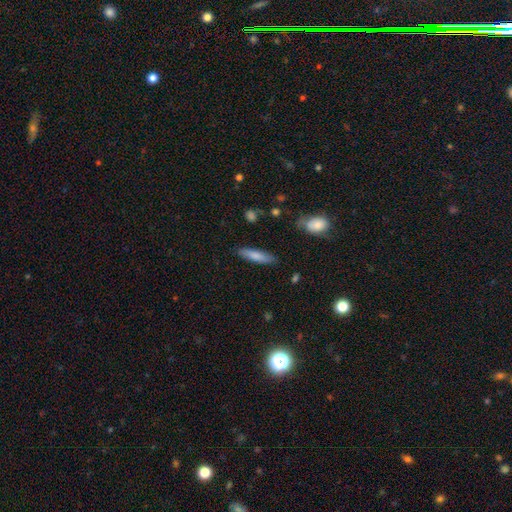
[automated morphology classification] Smooth or featured: smooth — 77% (featured or disk — 17%)
How rounded: cigar-shaped — 74% (in between — 24%)
Merging: none — 84% (minor disturbance — 11%)